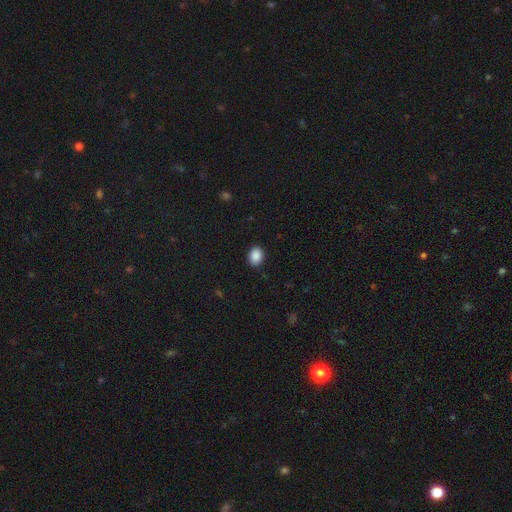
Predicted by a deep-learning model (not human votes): A smooth galaxy with no disk features (89%) that is in between round and cigar-shaped (54%).

Vote fractions:
- Smooth or featured? smooth: 89% / star or artifact: 8% / featured or disk: 3%
- How rounded? in between: 54% / round: 45% / cigar-shaped: 1%
- Merging? none: 90% / minor disturbance: 8% / major disturbance: 2% / merger: 1%